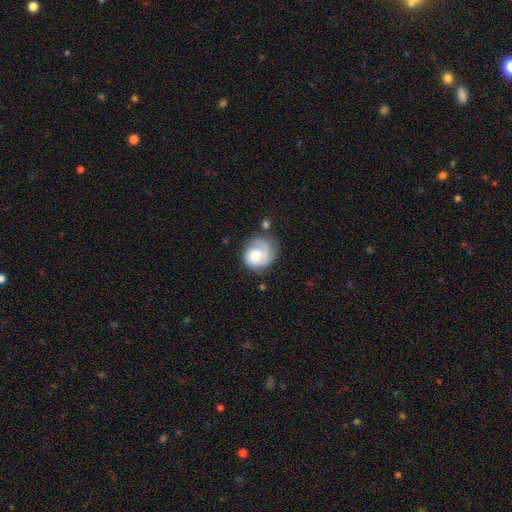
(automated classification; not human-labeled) Smooth or featured? featured or disk (49%)
Merging? none (53%)